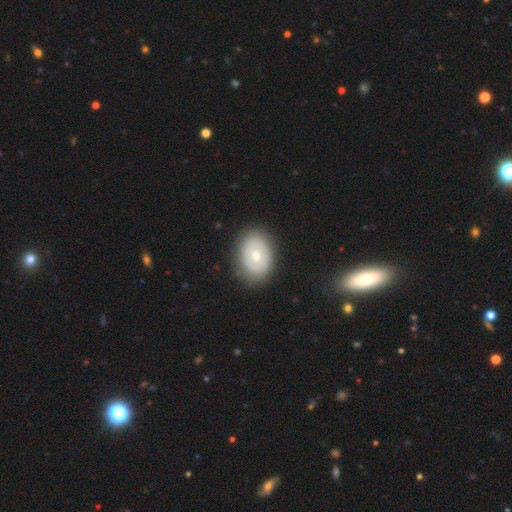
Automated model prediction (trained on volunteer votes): Smooth or featured? smooth (56%)
How rounded? in between (73%)
Merging? none (84%)